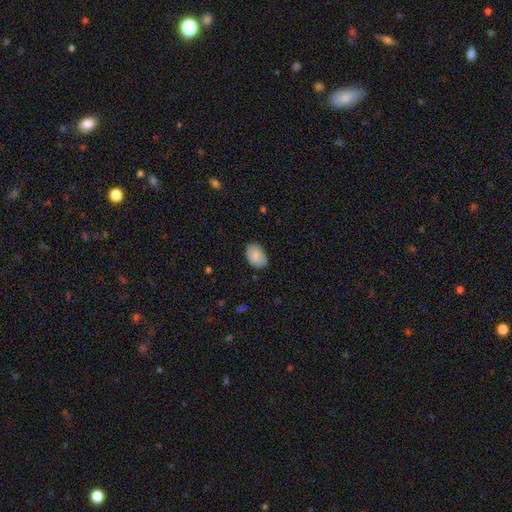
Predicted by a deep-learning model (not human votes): A smooth galaxy with no disk features (83%) that is in between round and cigar-shaped (85%).

Vote fractions:
- Smooth or featured? smooth: 83% / featured or disk: 11% / star or artifact: 7%
- How rounded? in between: 85% / round: 14% / cigar-shaped: 1%
- Merging? none: 73% / minor disturbance: 22% / major disturbance: 3% / merger: 1%